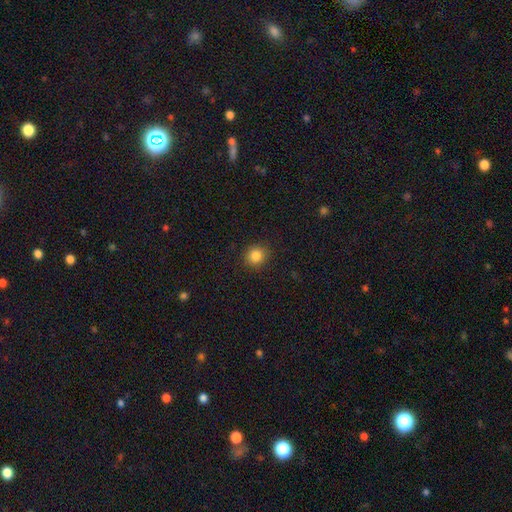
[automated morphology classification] Smooth or featured: smooth — 85% (star or artifact — 11%)
How rounded: round — 88% (in between — 11%)
Merging: none — 90% (minor disturbance — 7%)